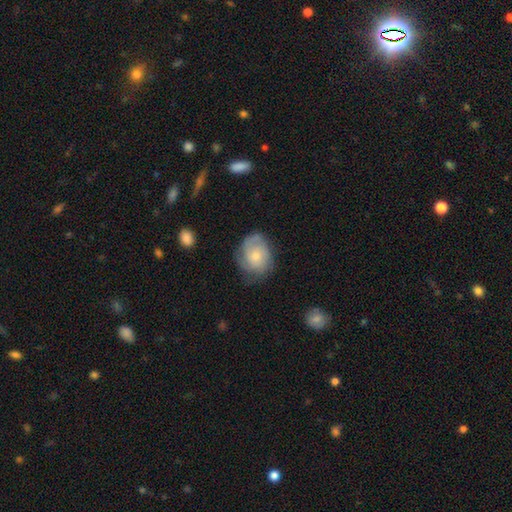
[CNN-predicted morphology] smooth_or_featured: featured or disk (p=0.51) [alt: smooth p=0.43]
disk_edge_on: no (p=0.97) [alt: yes p=0.03]
merging: none (p=0.60) [alt: minor disturbance p=0.27]